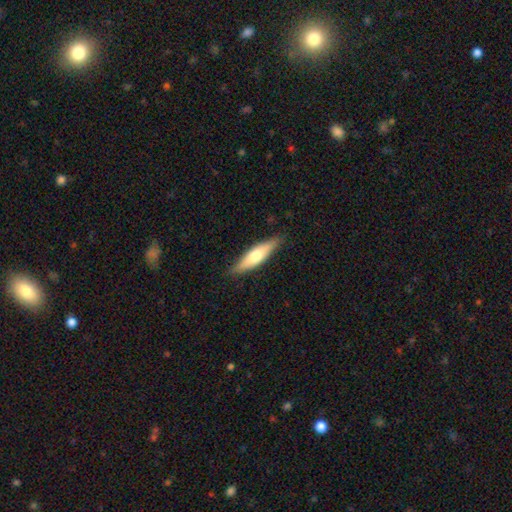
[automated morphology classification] Smooth or featured: smooth — 55% (featured or disk — 39%)
How rounded: cigar-shaped — 64% (in between — 34%)
Merging: none — 84% (minor disturbance — 12%)